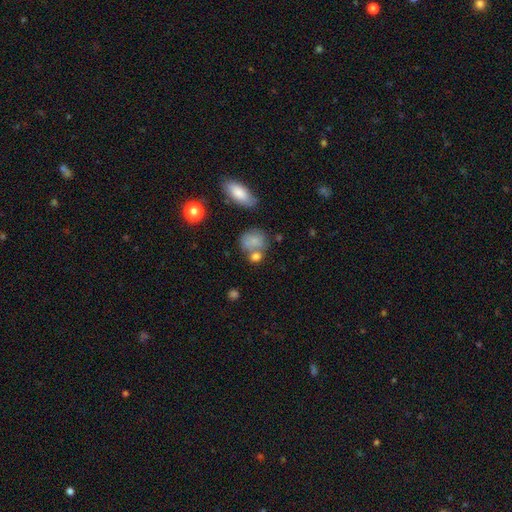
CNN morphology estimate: A smooth galaxy with no disk features (72%) that is round (66%). Merging: none (46%).